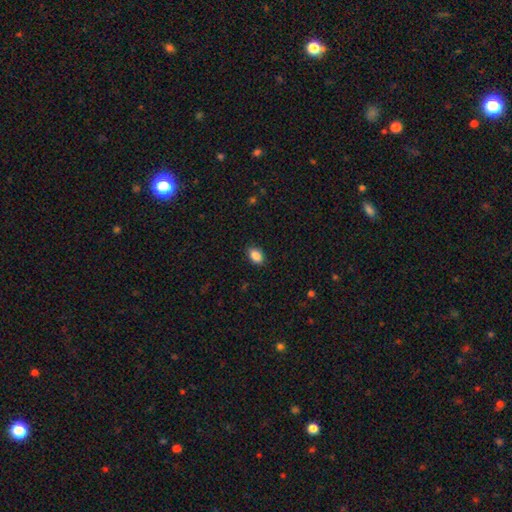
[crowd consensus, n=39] Volunteers were most divided on "merging": none: 85%, minor disturbance: 10%, major disturbance: 5%, merger: 0%. More confident: smooth or featured — smooth (97%); how rounded — in between (92%).